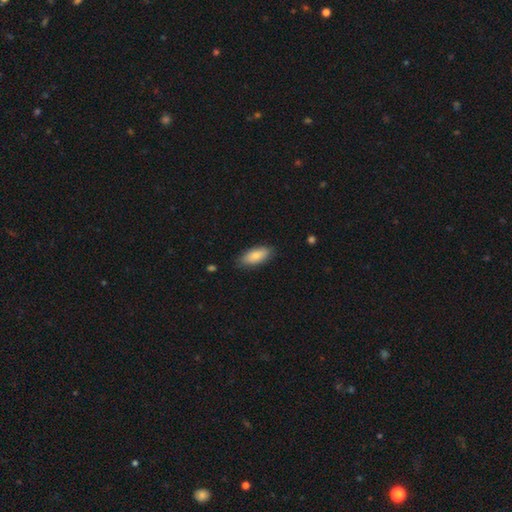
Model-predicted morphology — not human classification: This is clearly a smooth galaxy (83%). How rounded: clearly in between (81%). Merging: clearly none (83%).